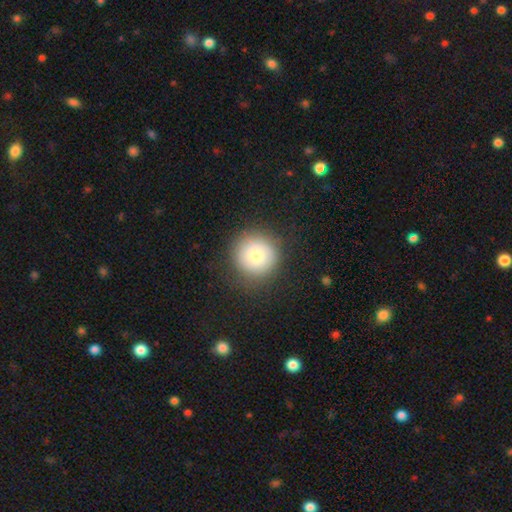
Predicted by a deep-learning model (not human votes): Smooth or featured?
  - smooth: 76% *
  - featured or disk: 14%
  - star or artifact: 11%
How rounded?
  - round: 95% *
  - in between: 4%
  - cigar-shaped: 1%
Merging?
  - none: 84% *
  - minor disturbance: 10%
  - major disturbance: 4%
  - merger: 1%